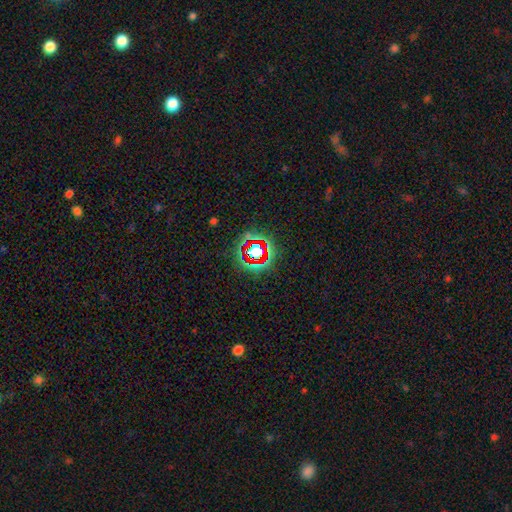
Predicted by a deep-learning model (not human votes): smooth_or_featured: star or artifact (p=0.72) [alt: smooth p=0.18]